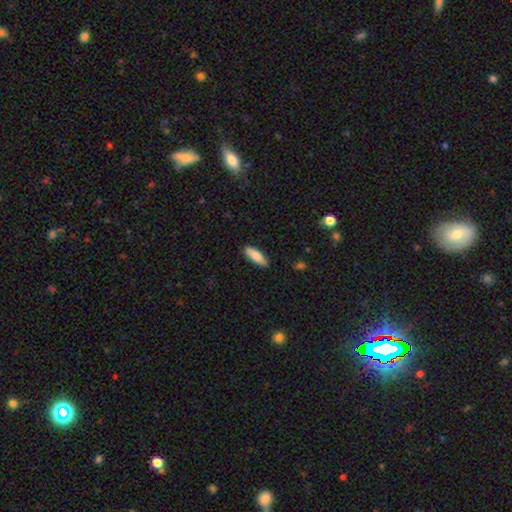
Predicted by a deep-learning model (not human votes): smooth 85%, featured or disk 9%, star or artifact 6%. Down the decision tree: how rounded — in between (65%); merging — none (86%).